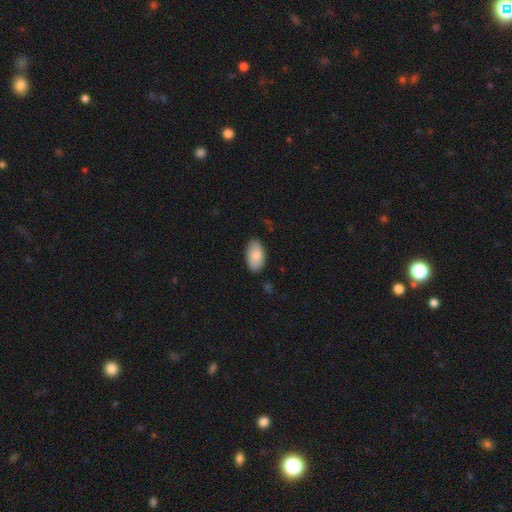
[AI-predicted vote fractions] A smooth galaxy with no disk features (81%) that is in between round and cigar-shaped (95%).

Vote fractions:
- Smooth or featured? smooth: 81% / featured or disk: 13% / star or artifact: 6%
- How rounded? in between: 95% / round: 3% / cigar-shaped: 2%
- Merging? none: 85% / minor disturbance: 12% / major disturbance: 2% / merger: 1%